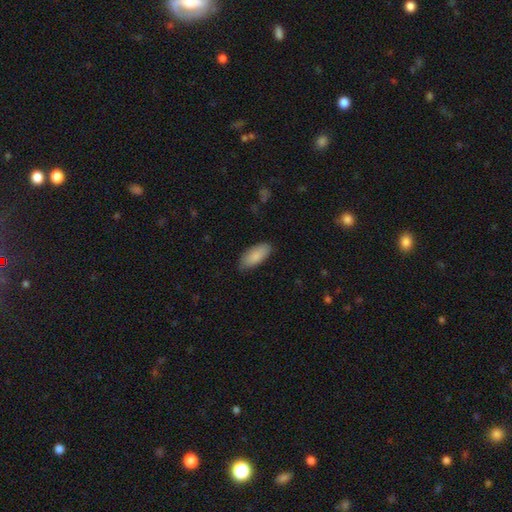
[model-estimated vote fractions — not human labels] Smooth or featured? Predicted: smooth (p=0.88). How rounded? Predicted: in between (p=0.86). Merging? Predicted: none (p=0.82).